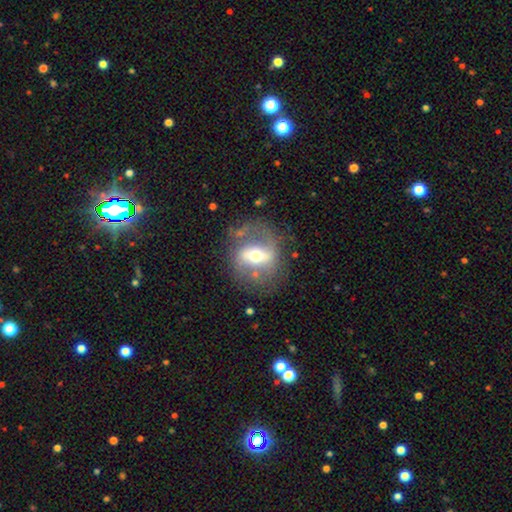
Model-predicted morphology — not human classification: This is likely a featured or disk galaxy (70%). It is clearly not viewed edge-on (92%). Bar: possibly strong (49%). Spiral arm pattern: likely yes (61%). Central bulge: likely moderate (69%). Merging: likely none (67%).